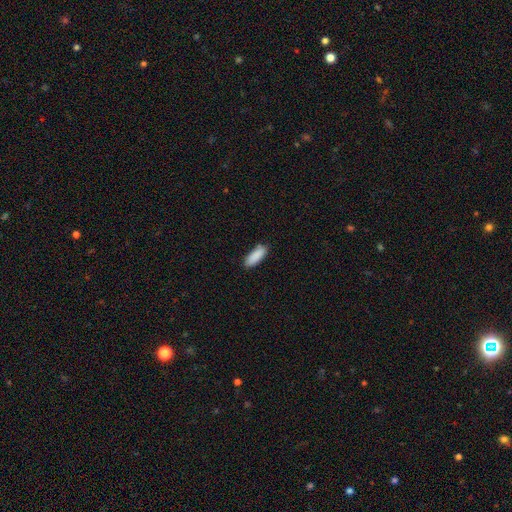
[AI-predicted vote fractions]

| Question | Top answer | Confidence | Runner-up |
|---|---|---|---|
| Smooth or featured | smooth | 89% | star or artifact (6%) |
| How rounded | in between | 65% | cigar-shaped (33%) |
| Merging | none | 85% | minor disturbance (11%) |